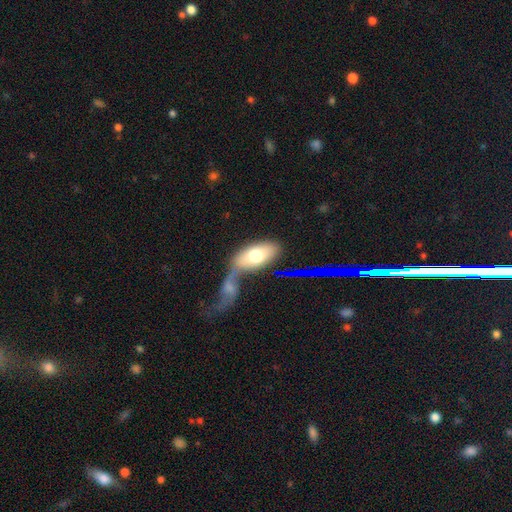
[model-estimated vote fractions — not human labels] This appears to be a smooth galaxy with no disk features (69%) that is in between round and cigar-shaped (91%). Merging: merger (46%).